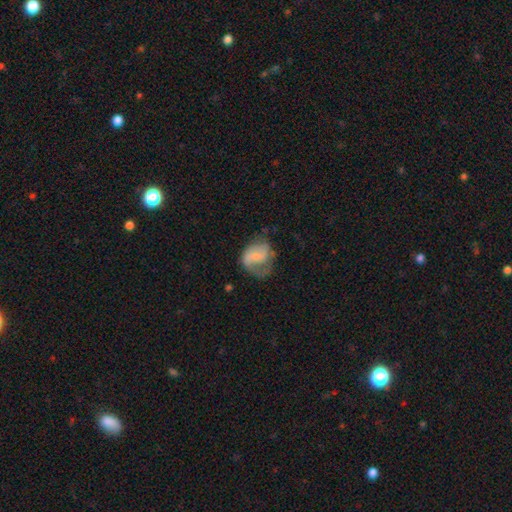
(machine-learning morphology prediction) A featured or disk galaxy (48%).

Vote fractions:
- Smooth or featured? featured or disk: 48% / smooth: 45% / star or artifact: 8%
- Merging? none: 37% / major disturbance: 32% / minor disturbance: 28% / merger: 2%